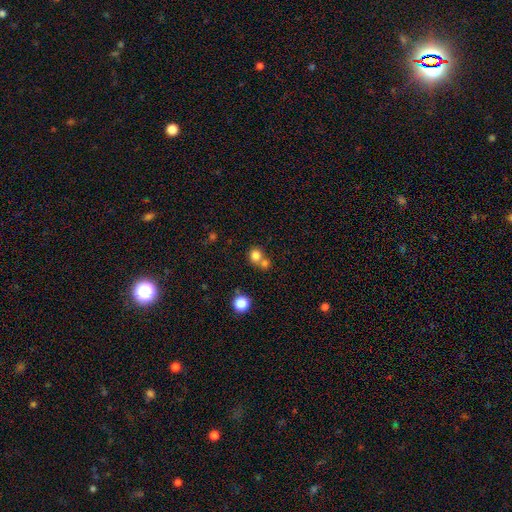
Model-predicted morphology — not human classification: smooth-or-featured: smooth: 79% | star or artifact: 13% | featured or disk: 8%
  how-rounded: round: 83% | in between: 16% | cigar-shaped: 1%
  merging: none: 47% | merger: 44% | minor disturbance: 6% | major disturbance: 3%